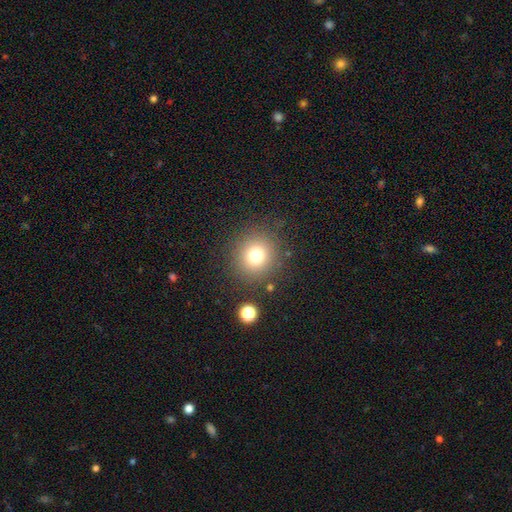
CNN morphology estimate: smooth-or-featured: smooth: 75% | star or artifact: 15% | featured or disk: 10%
  how-rounded: round: 92% | in between: 7% | cigar-shaped: 1%
  merging: none: 86% | minor disturbance: 8% | major disturbance: 4% | merger: 3%